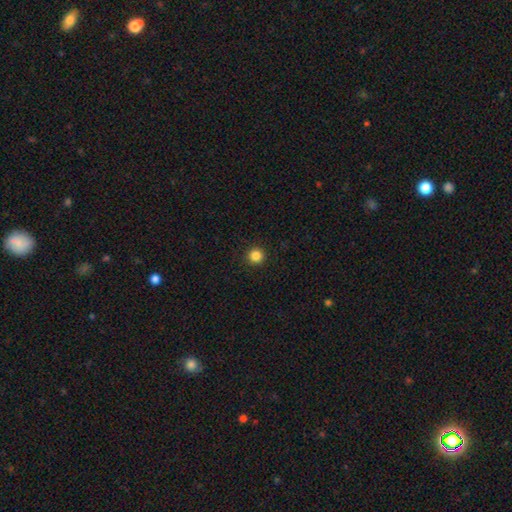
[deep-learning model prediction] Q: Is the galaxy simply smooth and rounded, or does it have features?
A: smooth — 85%.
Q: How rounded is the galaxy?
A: round — 96%.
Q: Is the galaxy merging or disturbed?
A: none — 93%.